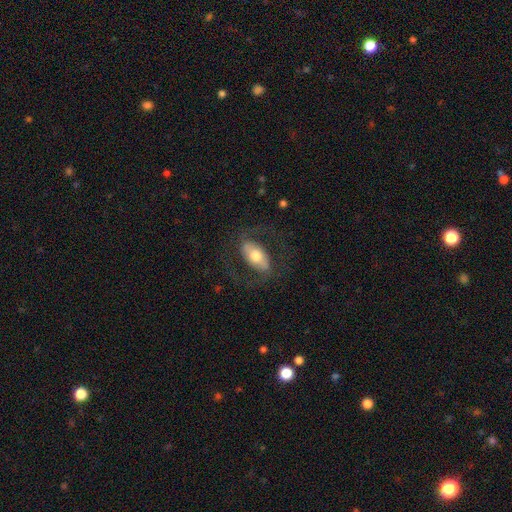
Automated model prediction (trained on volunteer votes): The model was most divided on "smooth or featured": featured or disk: 54%, smooth: 40%, star or artifact: 6%. More confident: edge-on disk — no (90%); merging — none (71%).